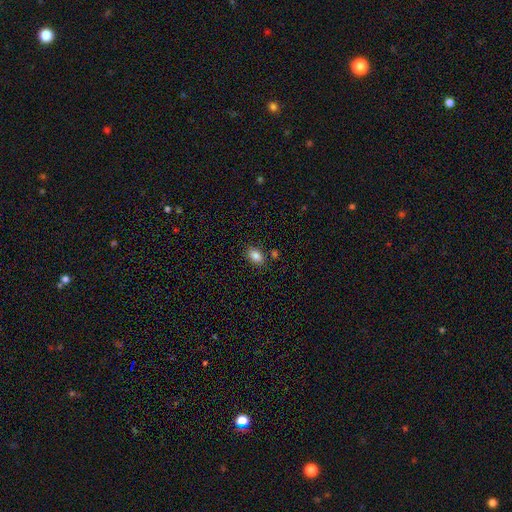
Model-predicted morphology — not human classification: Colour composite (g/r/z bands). It shows a smooth galaxy with no disk features (84%) that is in between round and cigar-shaped (84%). Merging: none (82%).